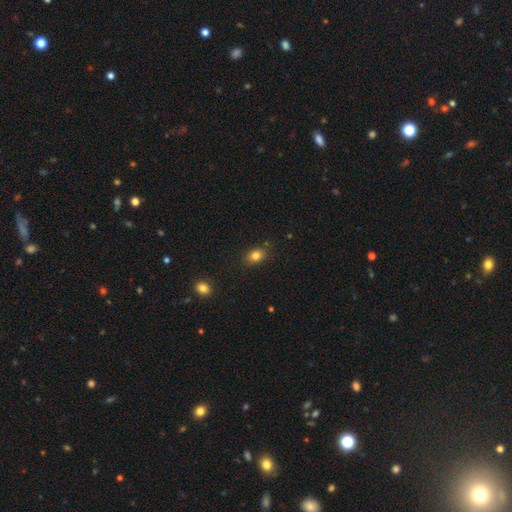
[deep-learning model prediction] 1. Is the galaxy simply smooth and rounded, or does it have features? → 83% smooth, 11% star or artifact, 7% featured or disk.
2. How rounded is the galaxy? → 69% in between, 30% round, 1% cigar-shaped.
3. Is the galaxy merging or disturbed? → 83% none, 12% minor disturbance, 3% major disturbance, 2% merger.